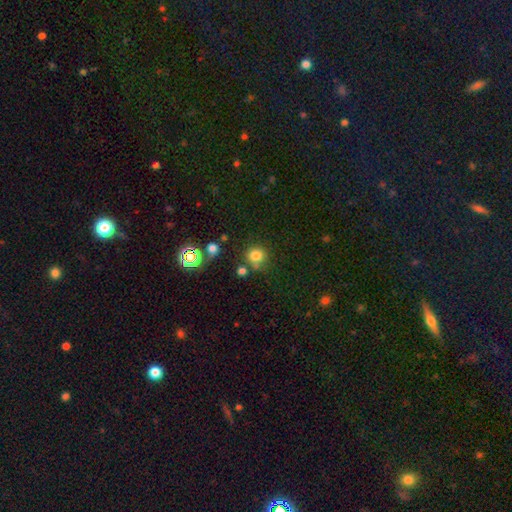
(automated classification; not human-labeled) Overall: smooth (78%). How rounded: round (88%). Merging: none (69%).